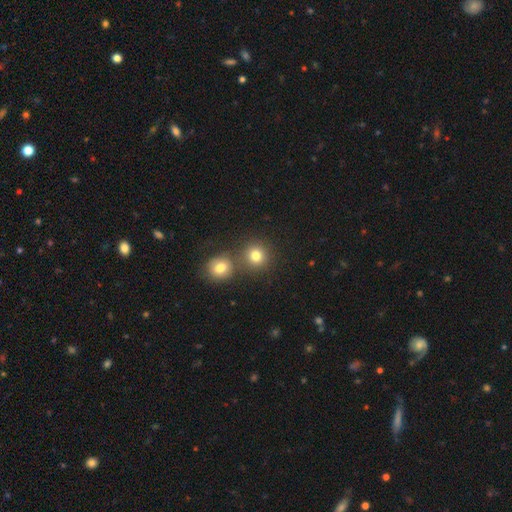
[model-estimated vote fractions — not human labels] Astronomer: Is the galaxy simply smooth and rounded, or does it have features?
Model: smooth — 79%.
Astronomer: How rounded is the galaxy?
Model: round — 90%.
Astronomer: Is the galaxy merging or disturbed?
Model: none — 67%.